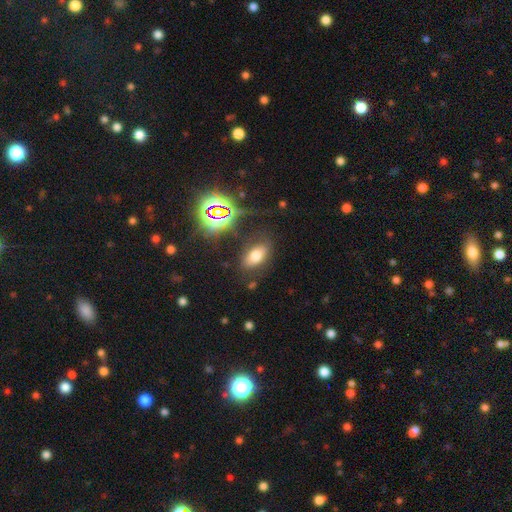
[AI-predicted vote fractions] A smooth galaxy with no disk features (64%) that is in between round and cigar-shaped (88%). Merging: none (80%).